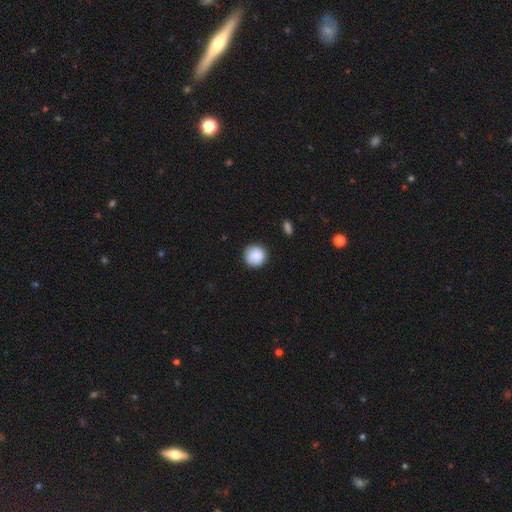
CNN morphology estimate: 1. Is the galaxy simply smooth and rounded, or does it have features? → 89% smooth, 7% star or artifact, 4% featured or disk.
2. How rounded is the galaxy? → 94% round, 5% in between, 1% cigar-shaped.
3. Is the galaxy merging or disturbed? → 88% none, 9% minor disturbance, 2% major disturbance, 1% merger.